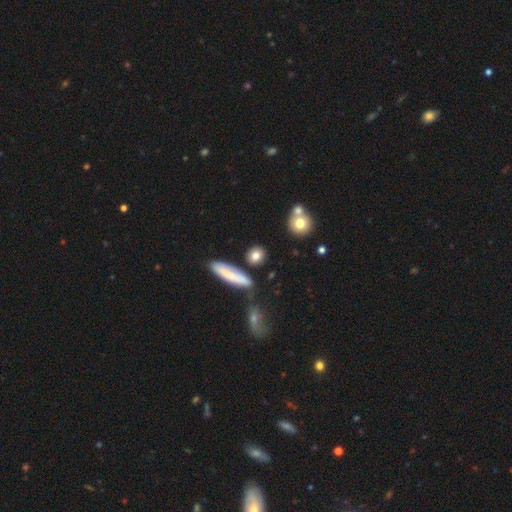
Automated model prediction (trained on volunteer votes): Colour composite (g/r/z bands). It shows a smooth galaxy with no disk features (79%) that is round (64%). Merging: none (78%).